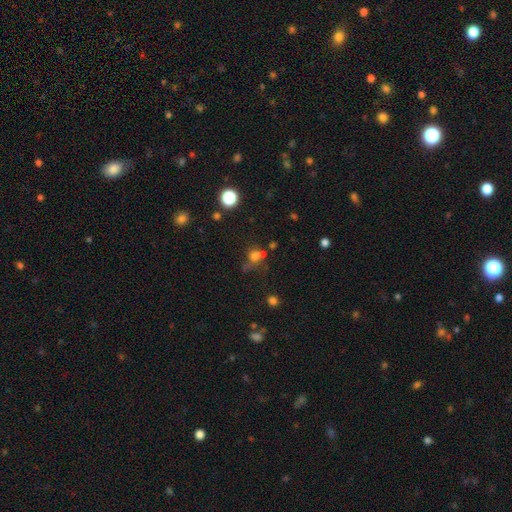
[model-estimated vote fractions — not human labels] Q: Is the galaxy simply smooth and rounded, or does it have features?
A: smooth — 60%.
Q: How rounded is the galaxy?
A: round — 57%.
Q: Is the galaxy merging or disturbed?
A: none — 43%.